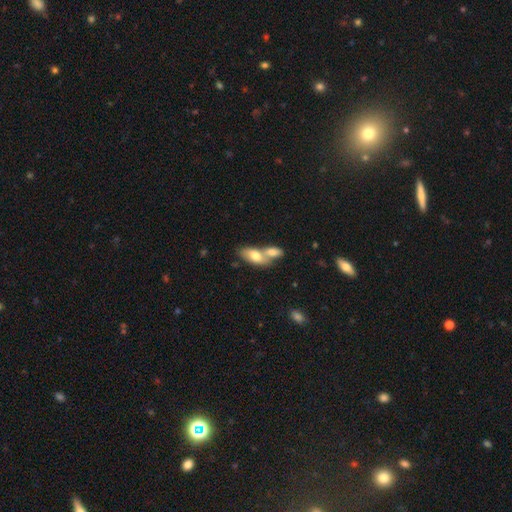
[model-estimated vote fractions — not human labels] Morphology: type=smooth (72%); roundness=in between (85%); merging=merger (67%).